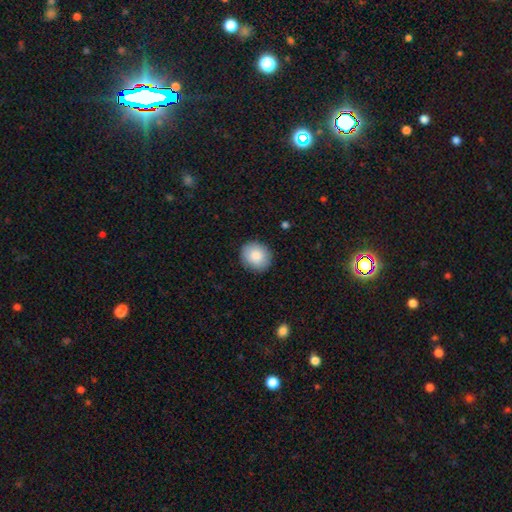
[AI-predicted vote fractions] smooth_or_featured: smooth (p=0.86) [alt: star or artifact p=0.07]
how_rounded: round (p=0.76) [alt: in between p=0.23]
merging: none (p=0.88) [alt: minor disturbance p=0.09]